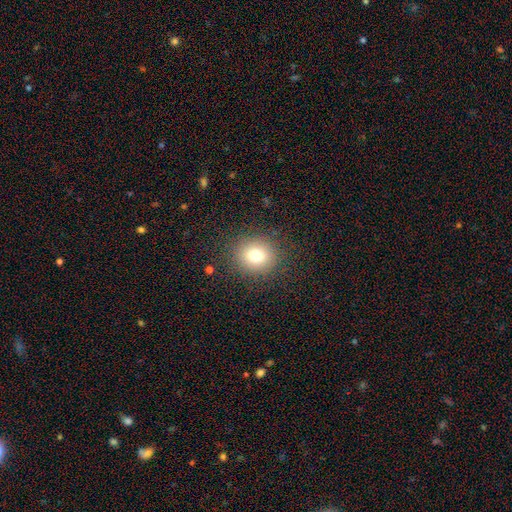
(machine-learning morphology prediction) smooth_or_featured: smooth (p=0.77) [alt: star or artifact p=0.14]
how_rounded: round (p=0.84) [alt: in between p=0.15]
merging: none (p=0.87) [alt: minor disturbance p=0.08]